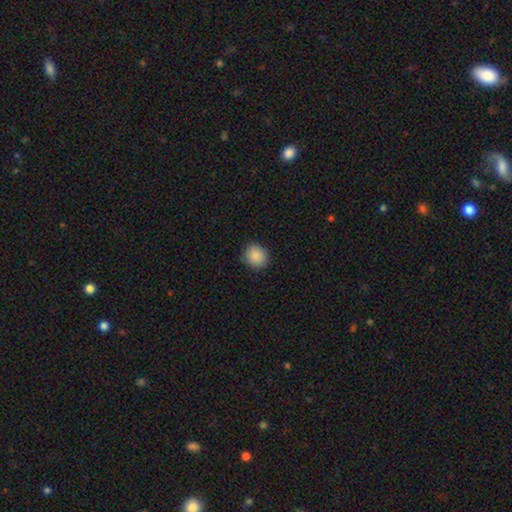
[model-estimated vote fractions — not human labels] Morphology: type=smooth (88%); roundness=round (80%); merging=none (87%).